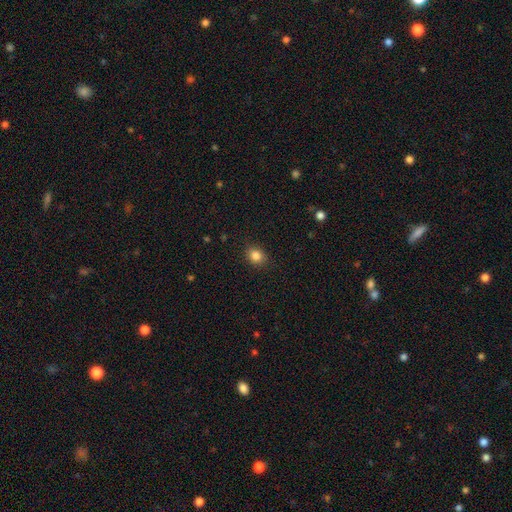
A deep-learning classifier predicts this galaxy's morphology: A smooth galaxy with no disk features (85%) that is round (64%). Merging: none (89%).